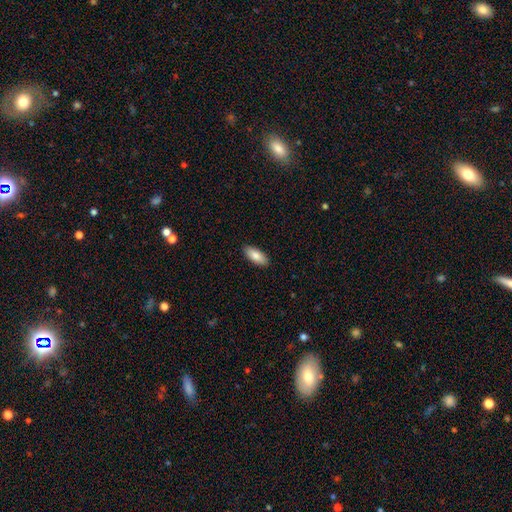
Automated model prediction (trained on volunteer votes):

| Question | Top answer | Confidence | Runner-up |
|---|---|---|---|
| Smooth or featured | smooth | 84% | featured or disk (10%) |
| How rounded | in between | 84% | cigar-shaped (15%) |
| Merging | none | 90% | minor disturbance (8%) |